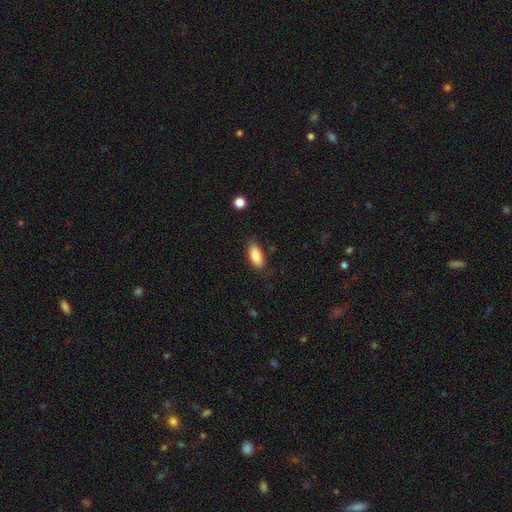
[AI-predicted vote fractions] This appears to be a smooth galaxy with no disk features (83%) that is in between round and cigar-shaped (88%). Merging: none (81%).